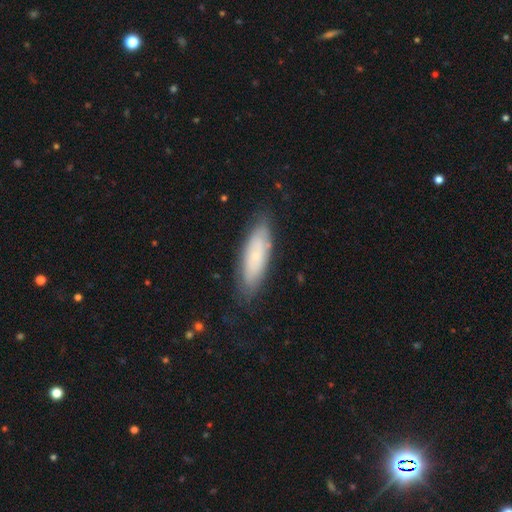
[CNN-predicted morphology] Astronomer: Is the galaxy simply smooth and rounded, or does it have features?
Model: smooth — 58% (runner-up: featured or disk, 35%).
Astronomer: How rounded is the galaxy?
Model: in between — 50% (runner-up: cigar-shaped, 48%).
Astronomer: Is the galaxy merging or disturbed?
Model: none — 79%.